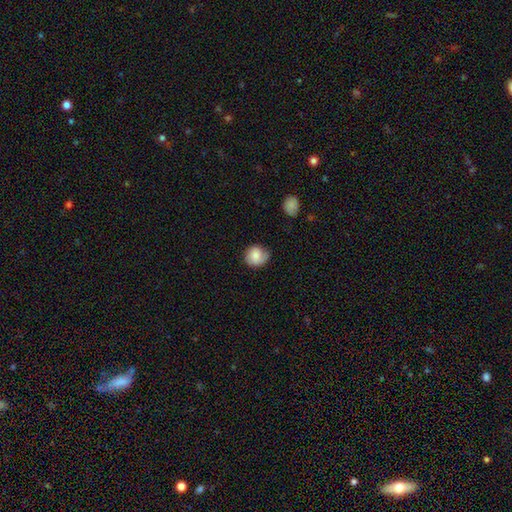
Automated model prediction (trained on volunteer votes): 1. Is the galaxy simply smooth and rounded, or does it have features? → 73% smooth, 19% featured or disk, 8% star or artifact.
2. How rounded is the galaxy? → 78% round, 21% in between, 1% cigar-shaped.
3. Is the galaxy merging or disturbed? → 62% none, 29% minor disturbance, 7% major disturbance, 1% merger.